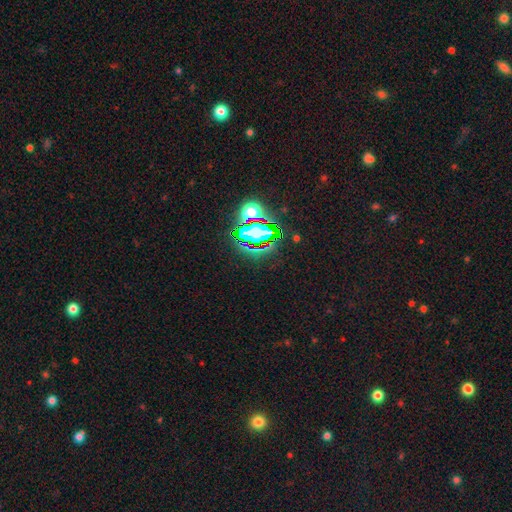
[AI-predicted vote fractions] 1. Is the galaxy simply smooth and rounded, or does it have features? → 83% star or artifact, 11% smooth, 7% featured or disk.